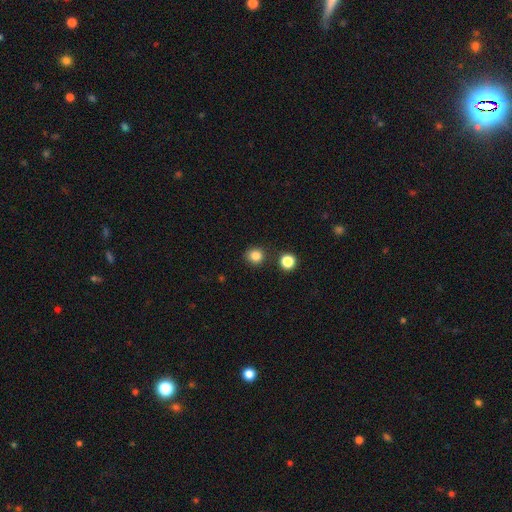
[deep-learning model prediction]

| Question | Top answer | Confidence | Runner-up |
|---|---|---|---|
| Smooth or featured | smooth | 84% | star or artifact (12%) |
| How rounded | round | 90% | in between (9%) |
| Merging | none | 86% | minor disturbance (7%) |